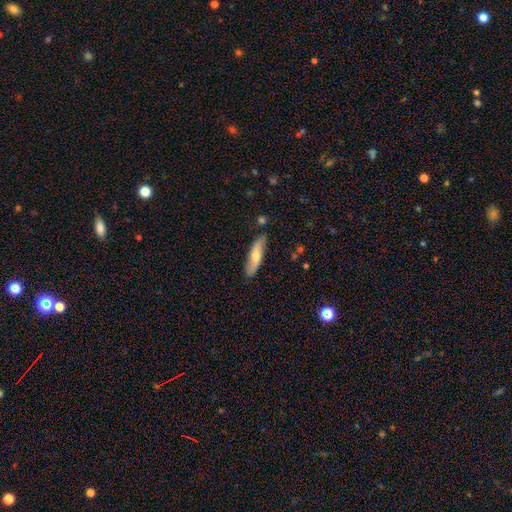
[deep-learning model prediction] A smooth galaxy with no disk features (58%) that is cigar-shaped (66%). Merging: none (80%).